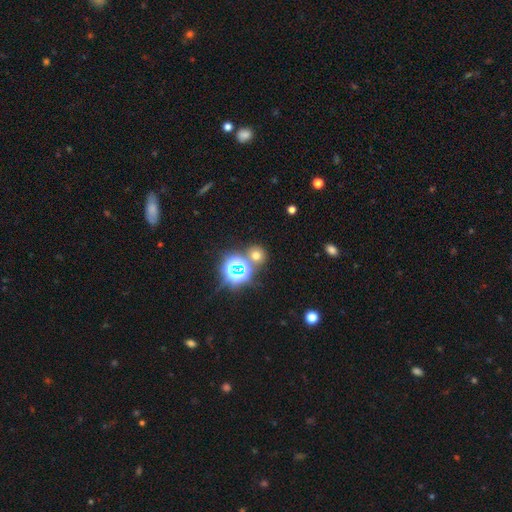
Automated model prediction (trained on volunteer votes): This is possibly a smooth galaxy (55%). How rounded: clearly round (82%). Merging: likely none (74%).